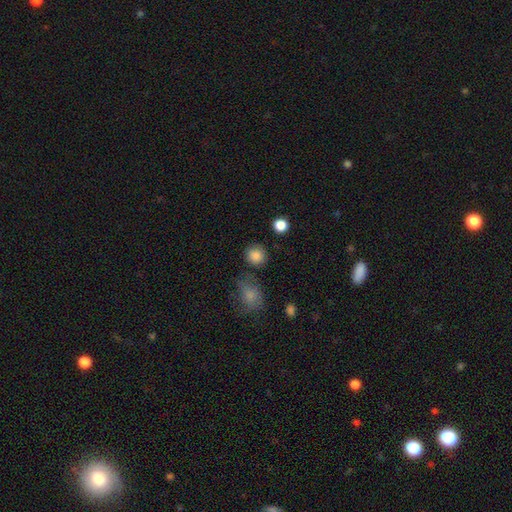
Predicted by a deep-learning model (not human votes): Smooth or featured? smooth (85%)
How rounded? round (87%)
Merging? none (80%)